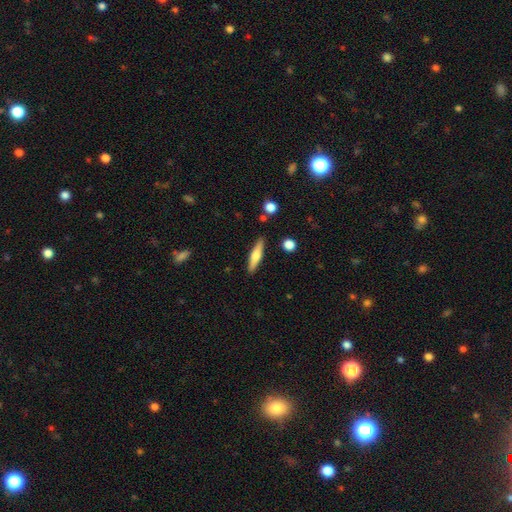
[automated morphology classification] A smooth galaxy with no disk features (52%) that is cigar-shaped (81%).

Vote fractions:
- Smooth or featured? smooth: 52% / featured or disk: 41% / star or artifact: 6%
- How rounded? cigar-shaped: 81% / in between: 17% / round: 2%
- Merging? none: 87% / minor disturbance: 9% / merger: 2% / major disturbance: 2%